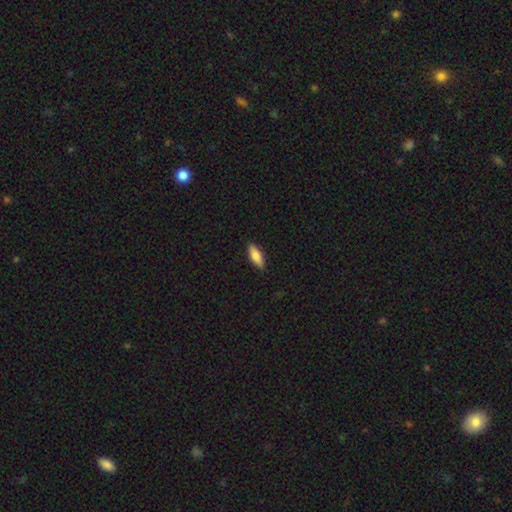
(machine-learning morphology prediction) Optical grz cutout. It shows a smooth galaxy with no disk features (82%) that is in between round and cigar-shaped (69%). Merging: none (88%).